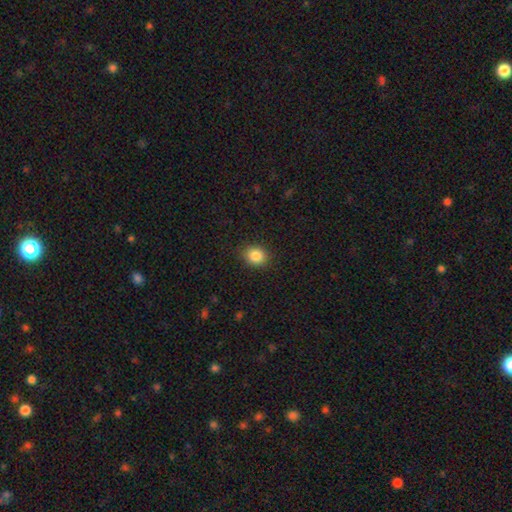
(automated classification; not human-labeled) Smooth or featured? Predicted: smooth (p=0.85). How rounded? Predicted: round (p=0.67). Merging? Predicted: none (p=0.89).